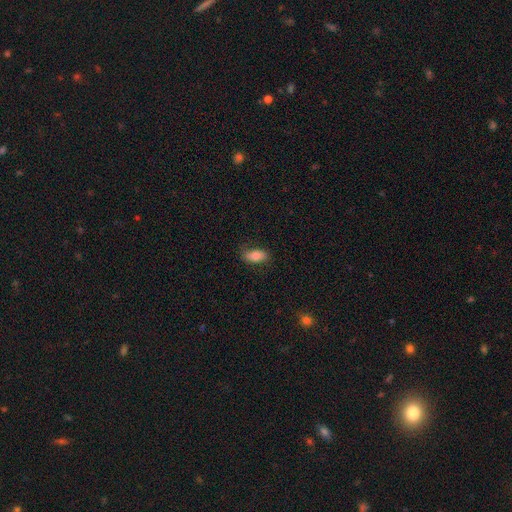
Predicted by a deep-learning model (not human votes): A smooth galaxy with no disk features (77%) that is in between round and cigar-shaped (89%). Merging: none (77%).